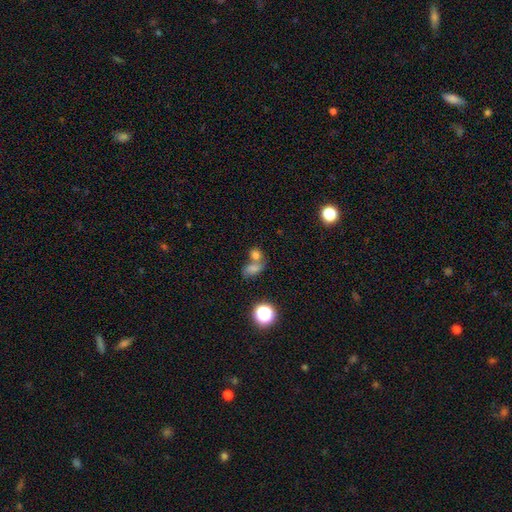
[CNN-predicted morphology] Smooth or featured: smooth — 71% (star or artifact — 17%)
How rounded: in between — 61% (round — 37%)
Merging: merger — 54% (none — 31%)